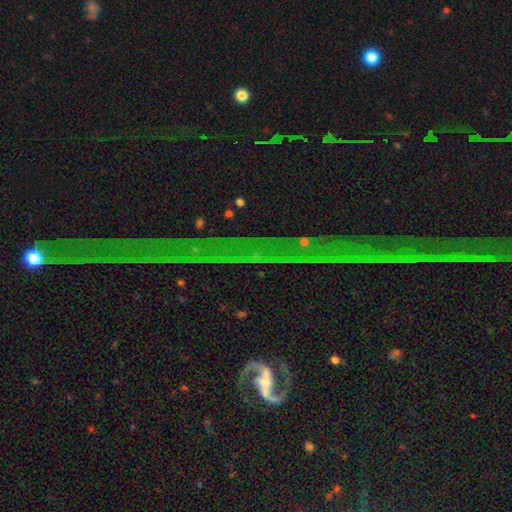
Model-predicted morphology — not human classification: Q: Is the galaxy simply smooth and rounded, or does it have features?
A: star or artifact — 78%.